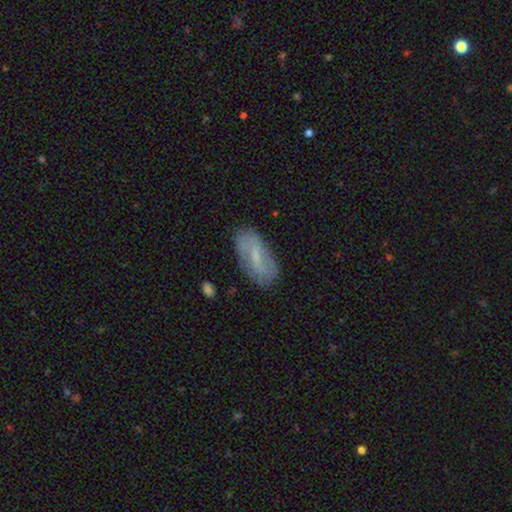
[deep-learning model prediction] This appears to be a featured or disk galaxy (53%). Merging: none (75%).